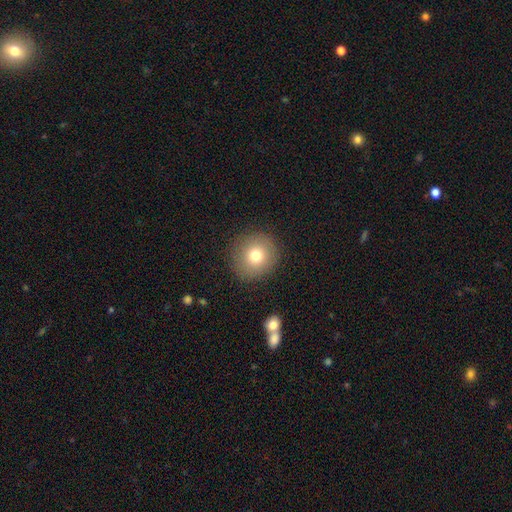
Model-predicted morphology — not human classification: Overall: smooth (75%). How rounded: round (90%). Merging: none (89%).